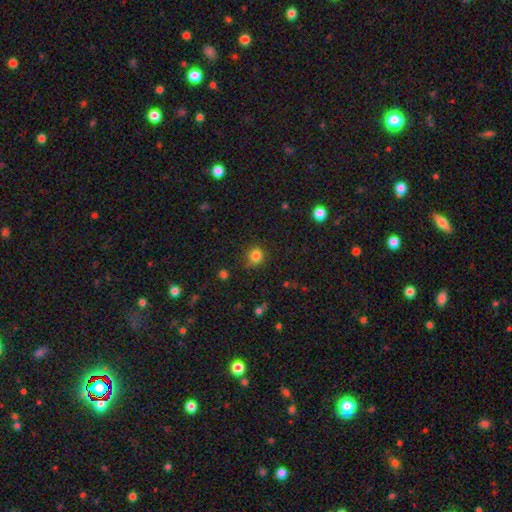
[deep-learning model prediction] Q: Smooth or featured?
A: smooth (82%); runner-up: star or artifact (13%)
Q: How rounded?
A: round (84%); runner-up: in between (15%)
Q: Merging?
A: none (76%); runner-up: minor disturbance (18%)